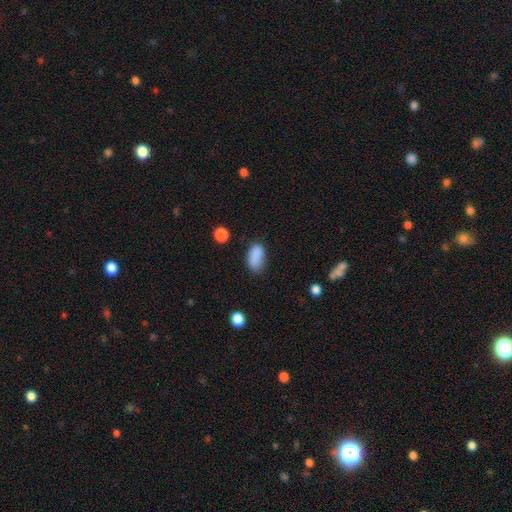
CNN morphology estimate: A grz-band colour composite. It shows a smooth galaxy with no disk features (87%) that is in between round and cigar-shaped (91%). Merging: none (74%).